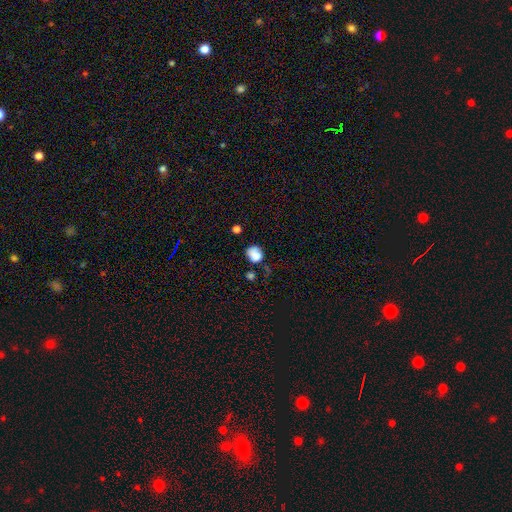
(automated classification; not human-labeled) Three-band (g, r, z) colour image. It shows a smooth galaxy with no disk features (78%) that is round (64%). Merging: none (43%).